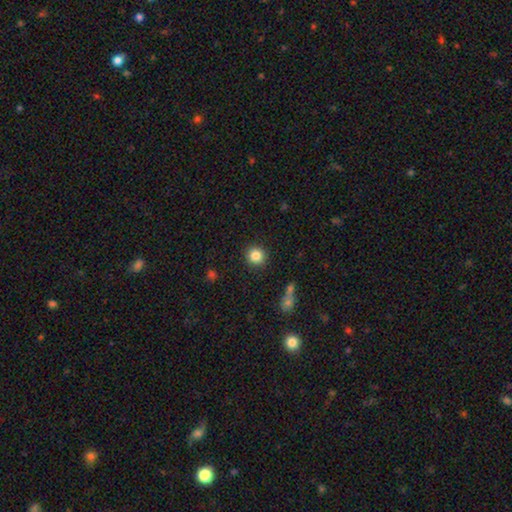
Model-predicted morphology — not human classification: smooth 84%, star or artifact 10%, featured or disk 6%. Down the decision tree: how rounded — round (91%); merging — none (90%).